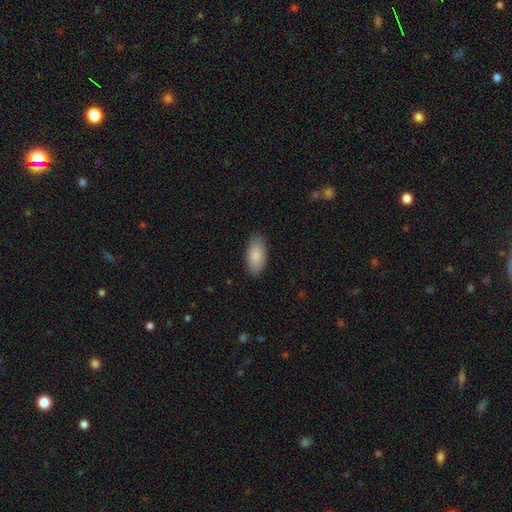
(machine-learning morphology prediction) A smooth galaxy with no disk features (88%) that is in between round and cigar-shaped (93%). Merging: none (86%).